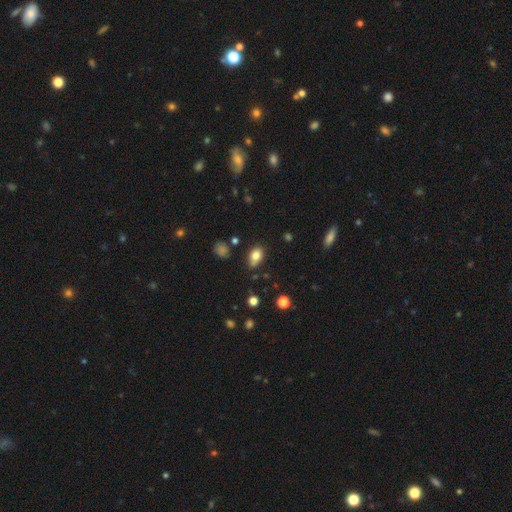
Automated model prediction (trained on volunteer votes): Q: Smooth or featured?
A: smooth (81%); runner-up: star or artifact (10%)
Q: How rounded?
A: in between (84%); runner-up: round (14%)
Q: Merging?
A: none (71%); runner-up: minor disturbance (22%)